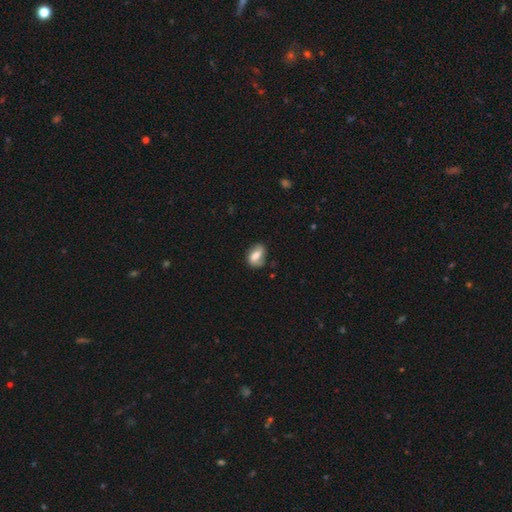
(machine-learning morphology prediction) A smooth galaxy with no disk features (60%) that is in between round and cigar-shaped (78%). Merging: none (58%).